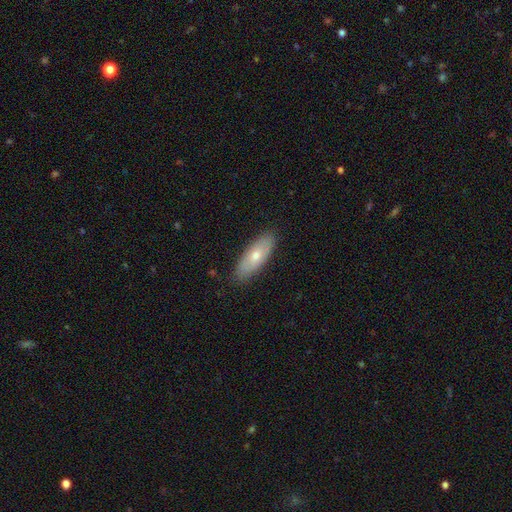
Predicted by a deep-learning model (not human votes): Q: Smooth or featured?
A: smooth (65%); runner-up: featured or disk (29%)
Q: How rounded?
A: in between (68%); runner-up: cigar-shaped (30%)
Q: Merging?
A: none (86%); runner-up: minor disturbance (11%)